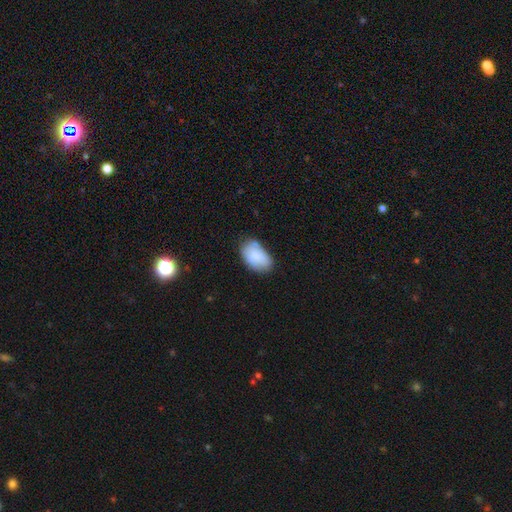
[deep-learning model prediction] This appears to be a smooth galaxy with no disk features (83%) that is in between round and cigar-shaped (91%). Merging: none (62%).